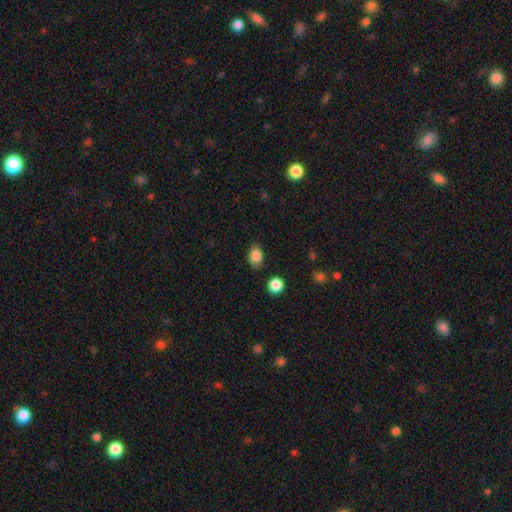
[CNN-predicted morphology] Overall: smooth (86%). How rounded: in between (74%). Merging: none (83%).